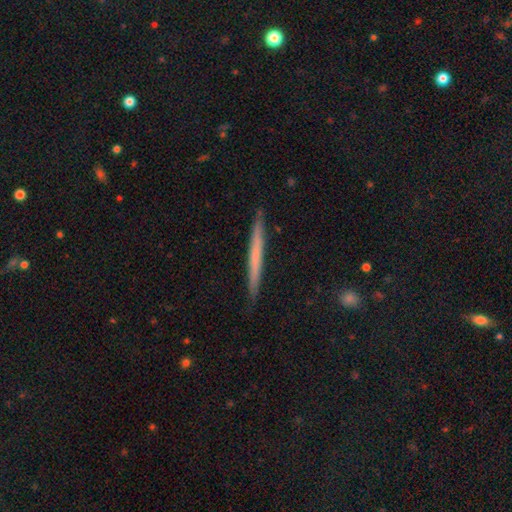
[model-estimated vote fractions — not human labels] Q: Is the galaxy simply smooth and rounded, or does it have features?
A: smooth — 52%.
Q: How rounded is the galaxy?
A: cigar-shaped — 97%.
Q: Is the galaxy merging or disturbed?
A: none — 91%.